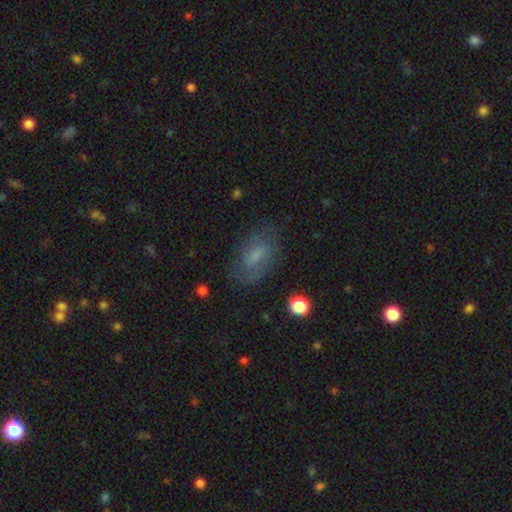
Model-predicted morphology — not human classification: Smooth or featured?
  - smooth: 54% *
  - featured or disk: 34%
  - star or artifact: 12%
How rounded?
  - in between: 85% *
  - round: 8%
  - cigar-shaped: 7%
Merging?
  - none: 73% *
  - minor disturbance: 17%
  - major disturbance: 8%
  - merger: 2%